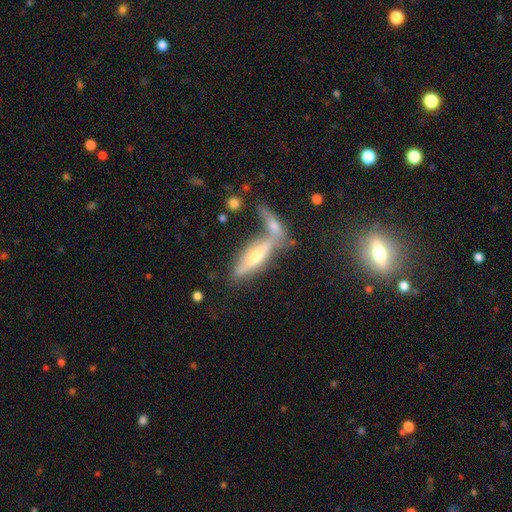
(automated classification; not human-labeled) Morphology: type=featured or disk (57%); edge-on=yes (77%); merging=none (42%).